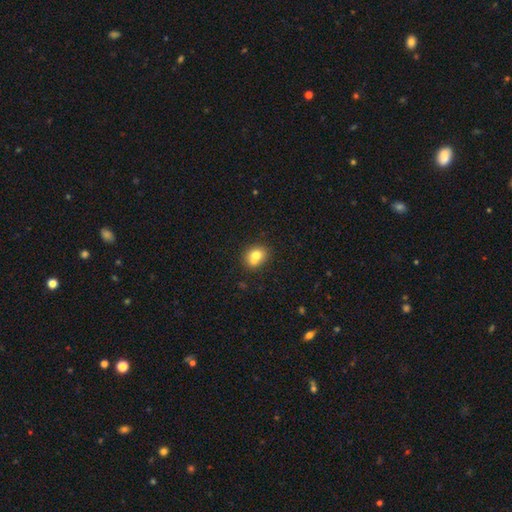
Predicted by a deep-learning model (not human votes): Smooth or featured? smooth (72%)
How rounded? round (62%)
Merging? none (47%)